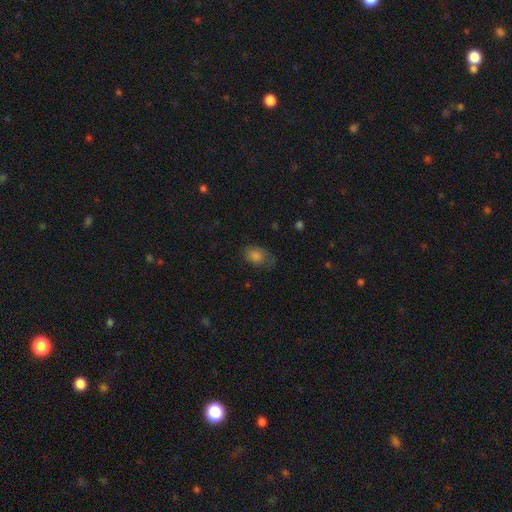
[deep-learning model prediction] Overall: smooth (69%). How rounded: in between (68%; round 31%). Merging: none (55%; minor disturbance 28%).